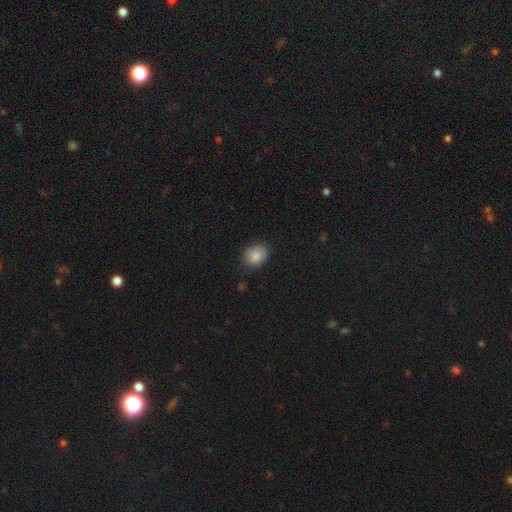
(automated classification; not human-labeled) Smooth or featured?
  - smooth: 85% *
  - star or artifact: 8%
  - featured or disk: 7%
How rounded?
  - in between: 52% *
  - round: 48%
  - cigar-shaped: 1%
Merging?
  - none: 80% *
  - minor disturbance: 16%
  - major disturbance: 3%
  - merger: 1%